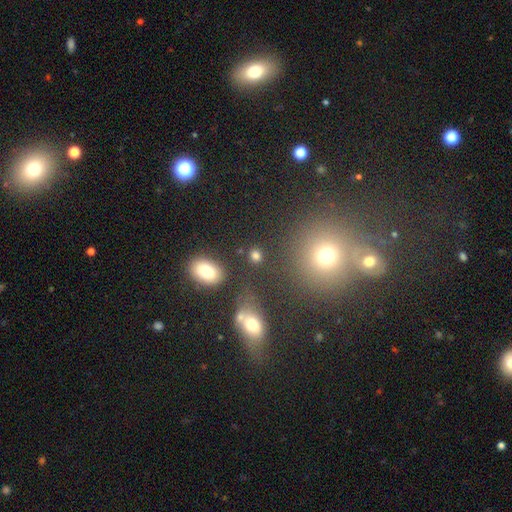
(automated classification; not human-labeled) smooth 79%, star or artifact 15%, featured or disk 6%. Down the decision tree: how rounded — round (71%); merging — none (81%).